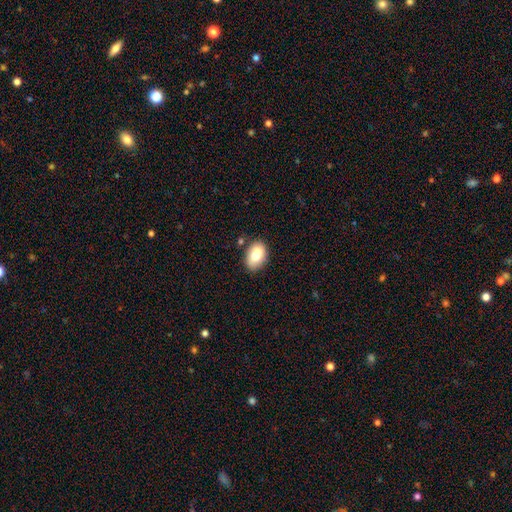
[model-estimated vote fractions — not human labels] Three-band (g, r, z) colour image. It shows a smooth galaxy with no disk features (77%) that is in between round and cigar-shaped (85%). Merging: none (81%).